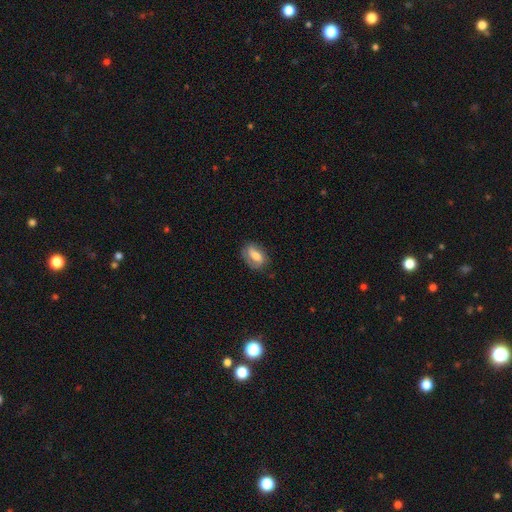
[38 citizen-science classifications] Volunteers were most divided on "smooth or featured": smooth: 55%, featured or disk: 37%, star or artifact: 8%. More confident: how rounded — in between (90%); merging — none (71%).